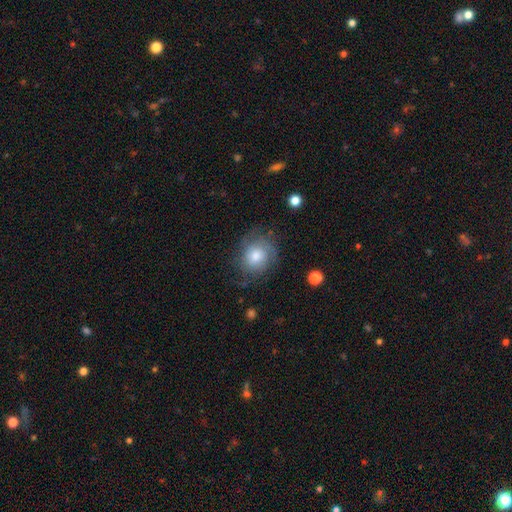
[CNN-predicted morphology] Smooth or featured?
  - smooth: 47% *
  - featured or disk: 44%
  - star or artifact: 9%
Merging?
  - none: 69% *
  - minor disturbance: 20%
  - major disturbance: 10%
  - merger: 1%